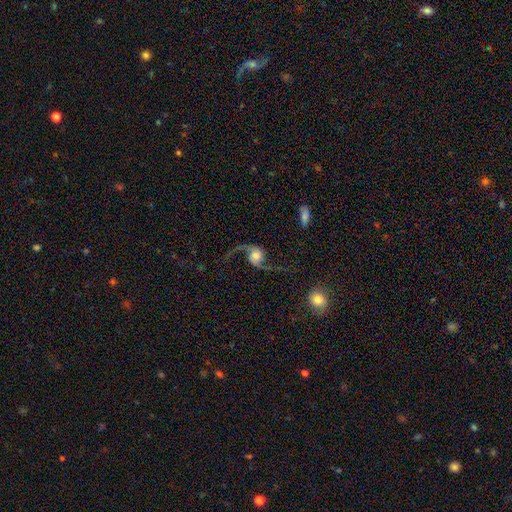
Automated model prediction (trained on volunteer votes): smooth_or_featured: featured or disk (p=0.88) [alt: smooth p=0.07]
disk_edge_on: no (p=0.97) [alt: yes p=0.03]
bar: no (p=0.69) [alt: weak p=0.23]
has_spiral_arms: yes (p=0.97) [alt: no p=0.03]
spiral_winding: loose (p=0.88) [alt: medium p=0.10]
spiral_arm_count: 2 (p=0.93) [alt: 1 p=0.03]
bulge_size: moderate (p=0.50) [alt: large p=0.21]
merging: none (p=0.70) [alt: minor disturbance p=0.13]